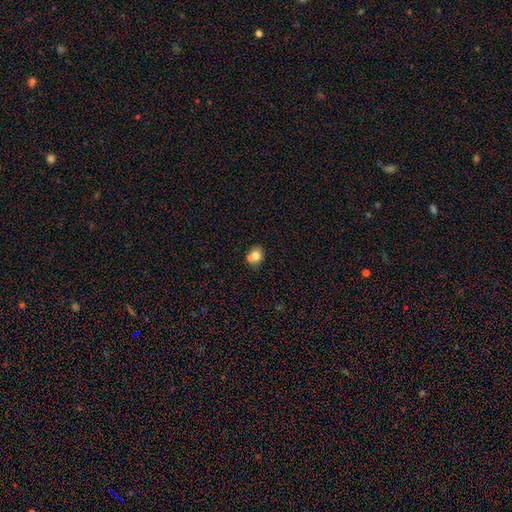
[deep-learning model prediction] The model was most divided on "merging": none: 47%, merger: 40%, minor disturbance: 10%, major disturbance: 3%. More confident: smooth or featured — smooth (74%); how rounded — round (67%).